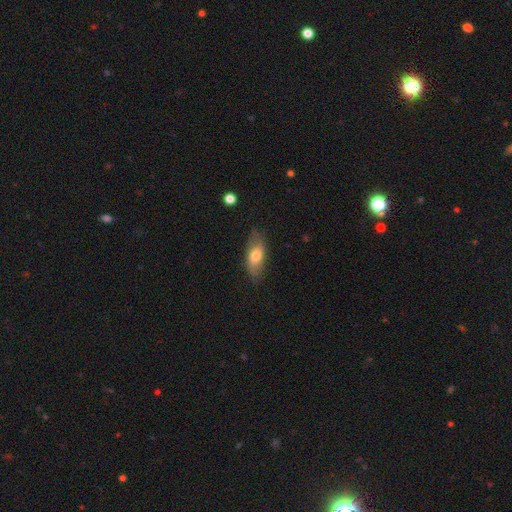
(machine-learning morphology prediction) This appears to be a smooth galaxy with no disk features (66%) that is in between round and cigar-shaped (83%). Merging: none (74%).